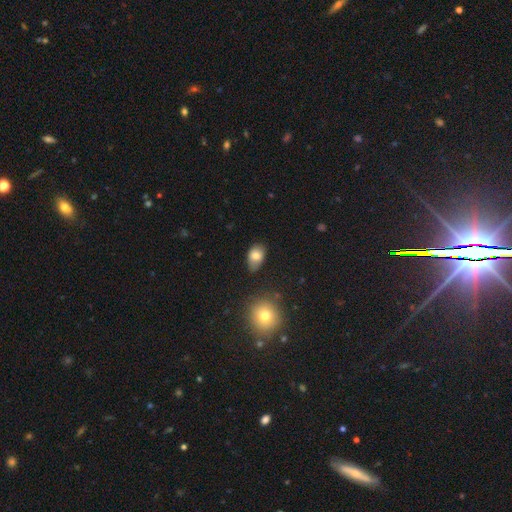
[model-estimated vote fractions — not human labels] This is likely a smooth galaxy (77%). How rounded: clearly in between (81%). Merging: likely none (66%).